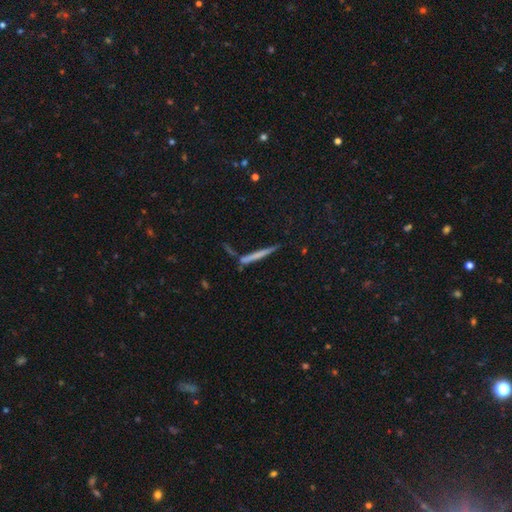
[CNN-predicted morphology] This is possibly a smooth galaxy (48%). Merging: likely none (74%).